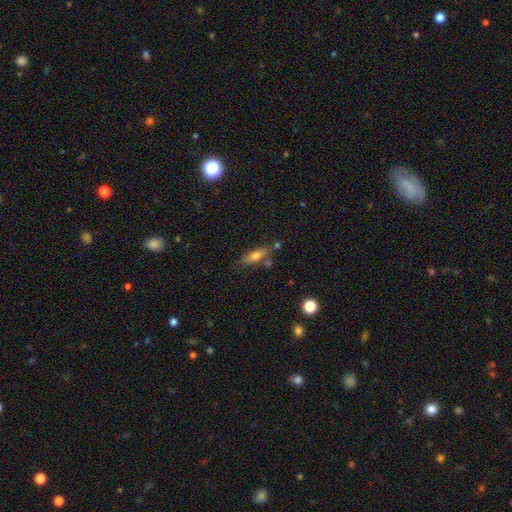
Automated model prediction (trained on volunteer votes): A smooth galaxy with no disk features (66%) that is in between round and cigar-shaped (54%). Merging: none (65%).